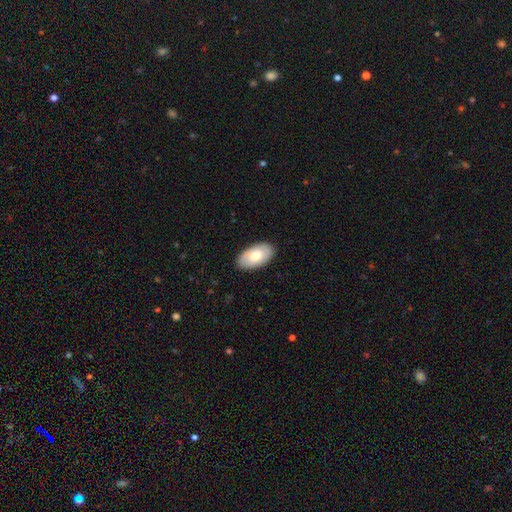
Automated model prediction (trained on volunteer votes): Smooth or featured?
  - smooth: 73% *
  - featured or disk: 22%
  - star or artifact: 5%
How rounded?
  - in between: 95% *
  - round: 3%
  - cigar-shaped: 2%
Merging?
  - none: 88% *
  - minor disturbance: 9%
  - major disturbance: 2%
  - merger: 1%